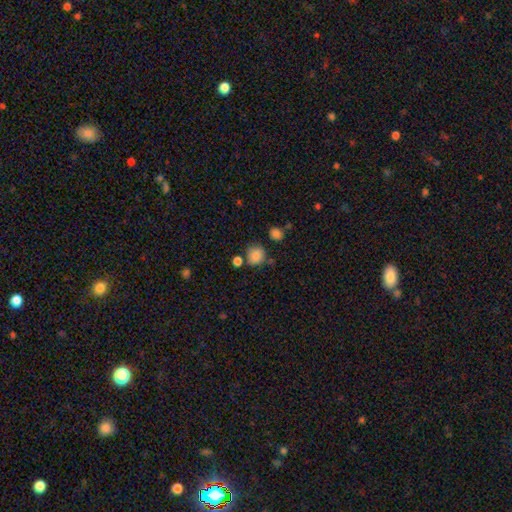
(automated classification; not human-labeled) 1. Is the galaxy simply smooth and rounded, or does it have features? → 85% smooth, 10% star or artifact, 5% featured or disk.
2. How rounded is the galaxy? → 79% round, 20% in between, 1% cigar-shaped.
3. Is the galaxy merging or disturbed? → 71% none, 15% minor disturbance, 10% merger, 4% major disturbance.